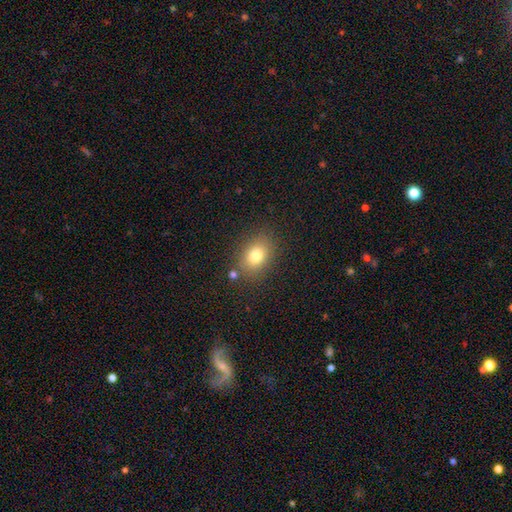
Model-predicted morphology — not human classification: A smooth galaxy with no disk features (78%) that is in between round and cigar-shaped (64%). Merging: none (80%).